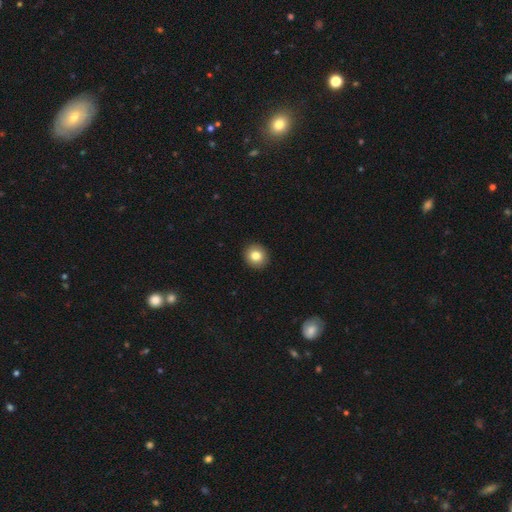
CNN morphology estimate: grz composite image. It shows a smooth galaxy with no disk features (81%) that is round (91%). Merging: none (93%).